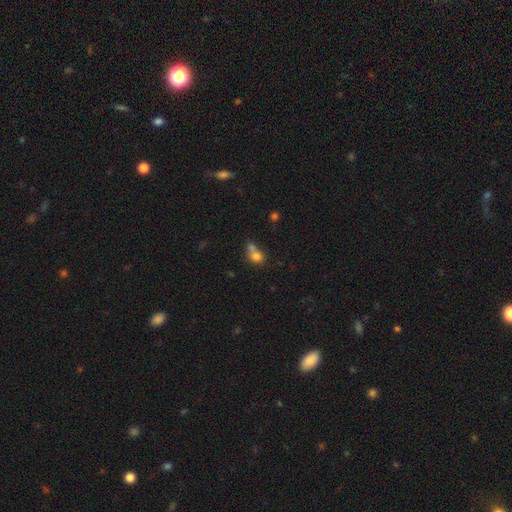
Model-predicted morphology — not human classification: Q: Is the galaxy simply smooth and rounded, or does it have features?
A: smooth — 76%.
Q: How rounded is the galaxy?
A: round — 67%.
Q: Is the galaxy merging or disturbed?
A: merger — 52%.